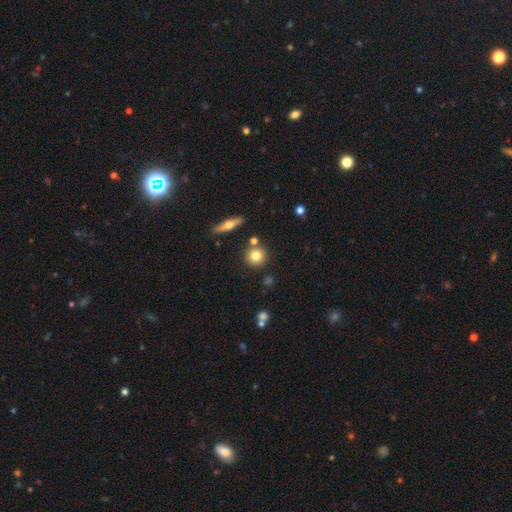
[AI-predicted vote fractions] This is likely a smooth galaxy (79%). How rounded: clearly round (90%). Merging: clearly none (81%).